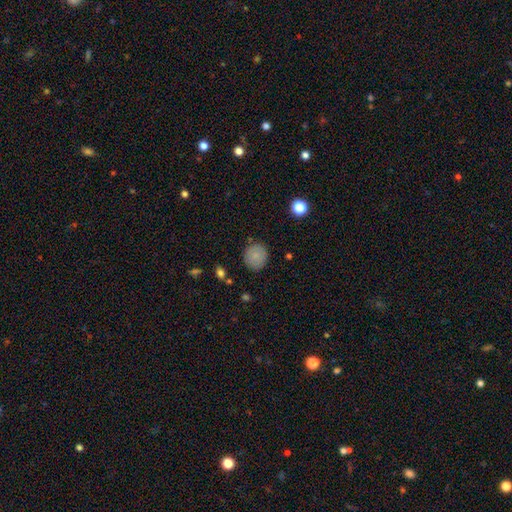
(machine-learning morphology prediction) Overall: smooth (83%). How rounded: round (87%). Merging: none (86%).